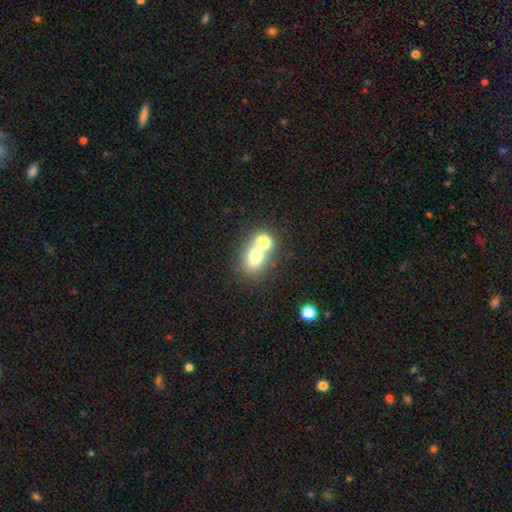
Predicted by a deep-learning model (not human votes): This appears to be a smooth galaxy with no disk features (68%) that is round (55%). Merging: none (45%).